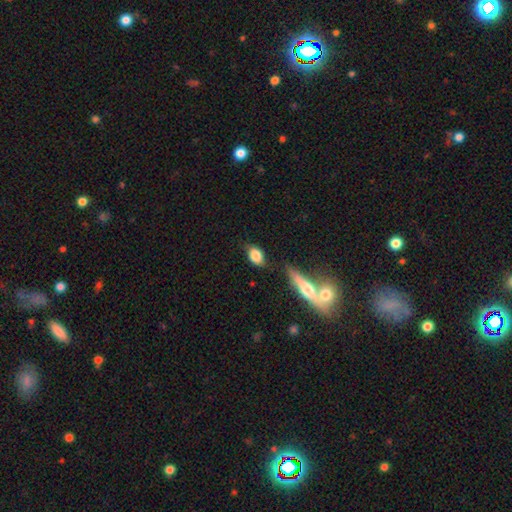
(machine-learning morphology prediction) type=smooth (78%); roundness=in between (73%); merging=none (65%).